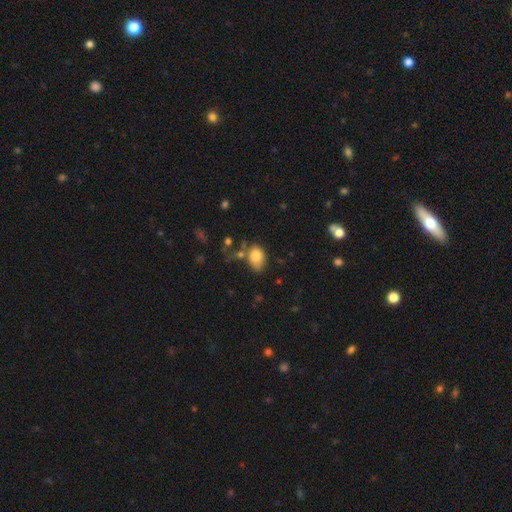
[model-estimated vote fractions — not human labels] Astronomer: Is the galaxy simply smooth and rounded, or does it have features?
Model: smooth — 82%.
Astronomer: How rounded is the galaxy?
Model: in between — 80%.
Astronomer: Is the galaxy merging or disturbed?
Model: none — 45% (runner-up: minor disturbance, 29%).